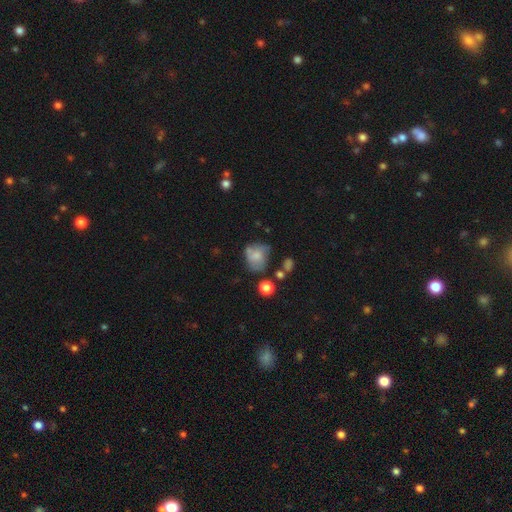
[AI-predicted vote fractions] This is likely a smooth galaxy (64%). How rounded: possibly round (56%). Merging: marginally none (38%).